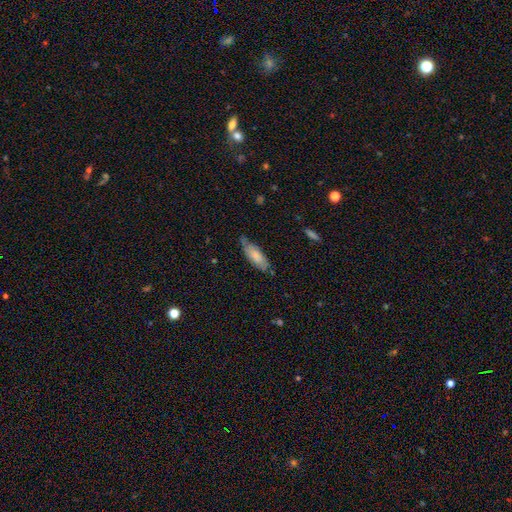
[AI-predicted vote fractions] This appears to be a smooth galaxy with no disk features (74%) that is in between round and cigar-shaped (66%). Merging: none (63%).